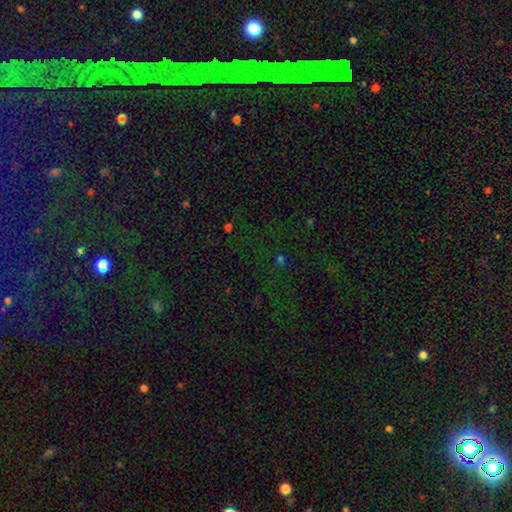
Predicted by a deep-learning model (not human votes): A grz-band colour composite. It shows a star or artifact, not a galaxy (73%).